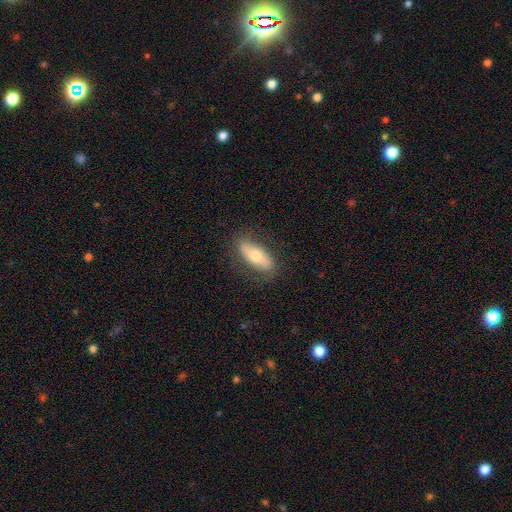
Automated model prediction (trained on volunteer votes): The model was most divided on "smooth or featured": smooth: 58%, featured or disk: 36%, star or artifact: 6%. More confident: merging — none (82%); how rounded — in between (69%).